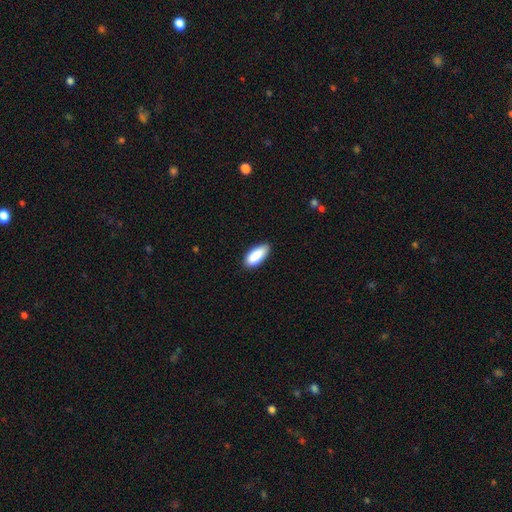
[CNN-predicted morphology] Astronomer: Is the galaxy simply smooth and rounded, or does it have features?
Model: smooth — 89%.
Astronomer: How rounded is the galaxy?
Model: in between — 87%.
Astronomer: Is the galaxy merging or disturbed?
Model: none — 82%.